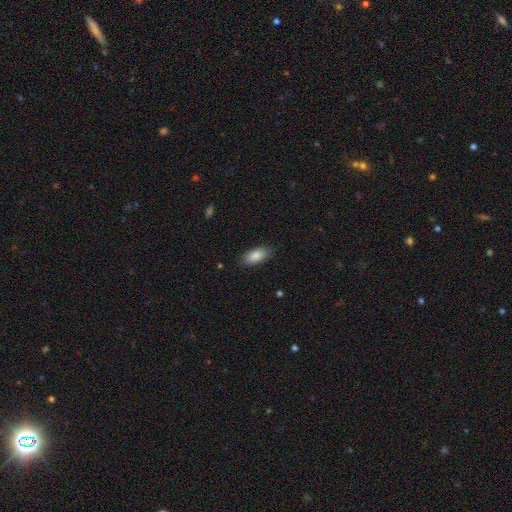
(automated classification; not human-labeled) Smooth or featured? smooth (85%)
How rounded? in between (90%)
Merging? none (86%)